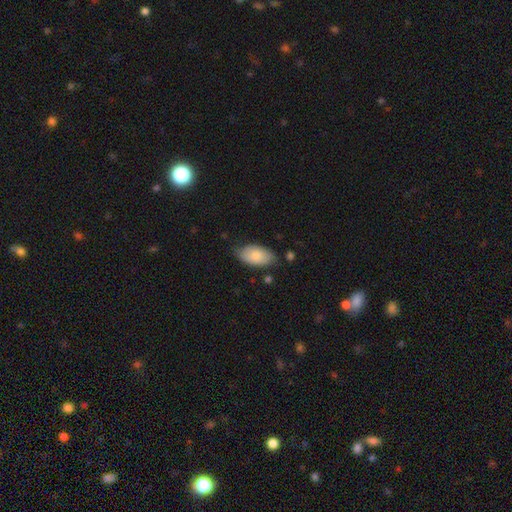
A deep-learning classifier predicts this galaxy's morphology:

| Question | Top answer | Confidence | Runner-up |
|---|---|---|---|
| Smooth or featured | smooth | 82% | featured or disk (13%) |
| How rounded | in between | 95% | cigar-shaped (3%) |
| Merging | none | 70% | minor disturbance (24%) |